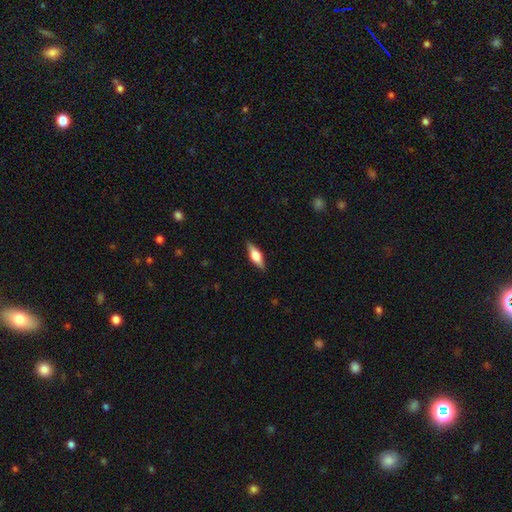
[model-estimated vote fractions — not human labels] smooth-or-featured: smooth: 49% | featured or disk: 45% | star or artifact: 6%
  merging: none: 87% | minor disturbance: 10% | major disturbance: 2% | merger: 1%